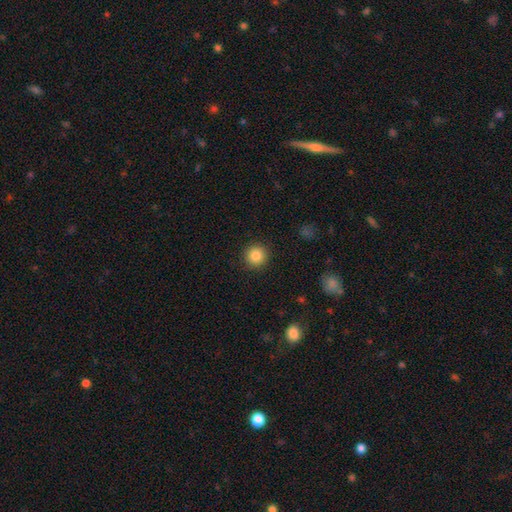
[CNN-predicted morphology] Overall: smooth (86%). How rounded: round (94%). Merging: none (91%).